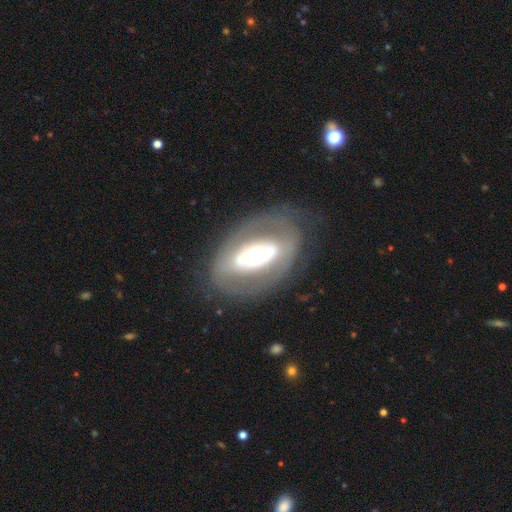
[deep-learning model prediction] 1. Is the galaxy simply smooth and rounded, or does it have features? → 66% featured or disk, 28% smooth, 6% star or artifact.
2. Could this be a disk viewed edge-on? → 92% no, 8% yes.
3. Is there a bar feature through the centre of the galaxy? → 65% no, 19% strong, 16% weak.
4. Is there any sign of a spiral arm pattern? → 76% no, 24% yes.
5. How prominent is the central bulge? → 59% moderate, 25% large, 12% small, 4% dominant, 1% none.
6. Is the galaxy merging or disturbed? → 71% none, 15% minor disturbance, 12% major disturbance, 2% merger.